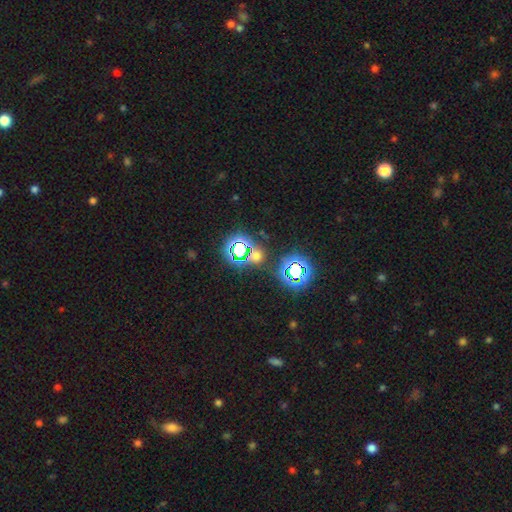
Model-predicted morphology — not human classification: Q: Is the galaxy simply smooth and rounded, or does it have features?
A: star or artifact — 67%.